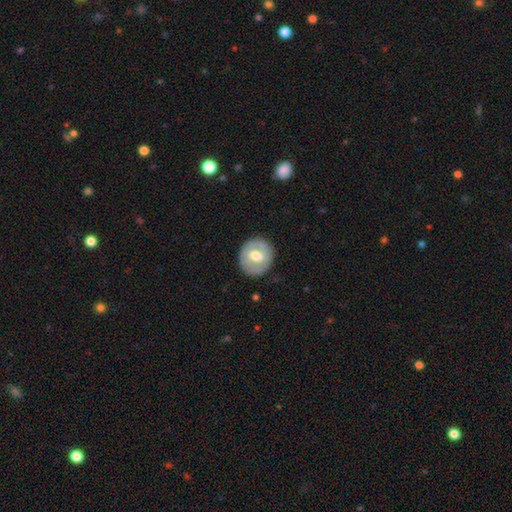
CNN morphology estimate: Overall: featured or disk (51%; smooth 43%). Edge-on disk: no (96%). Merging: none (83%).